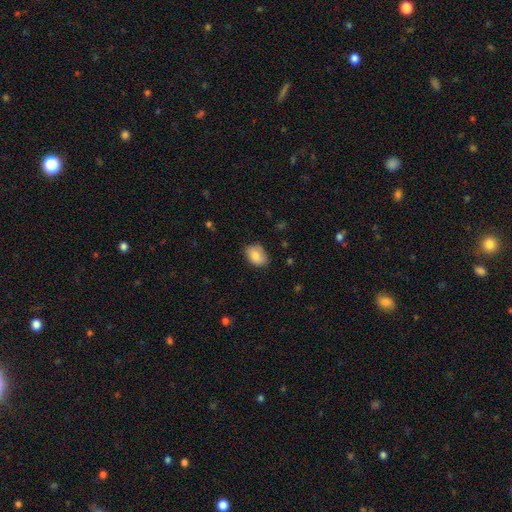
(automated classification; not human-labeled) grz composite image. It shows a smooth galaxy with no disk features (85%) that is in between round and cigar-shaped (79%). Merging: none (75%).